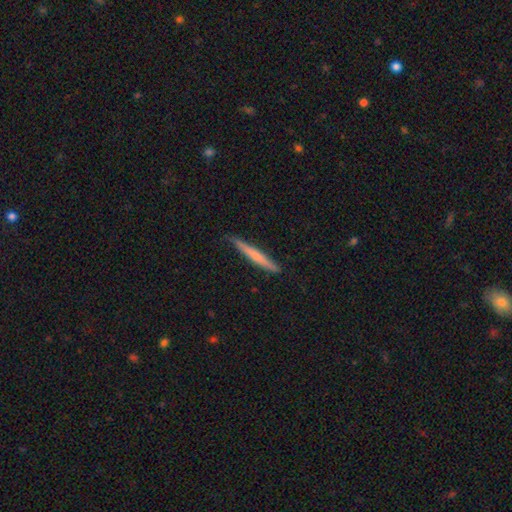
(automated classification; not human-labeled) Smooth or featured? Predicted: smooth (p=0.56). How rounded? Predicted: cigar-shaped (p=0.96). Merging? Predicted: none (p=0.82).